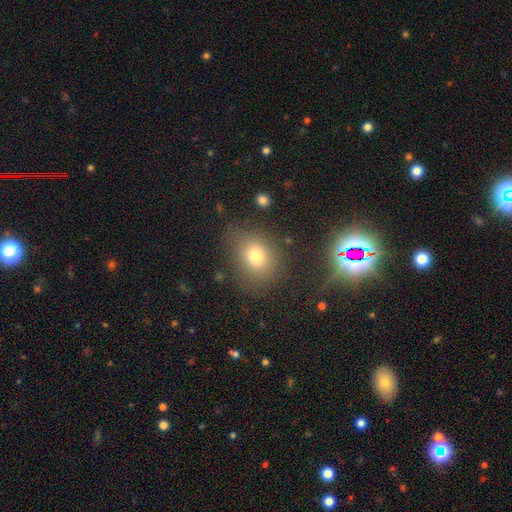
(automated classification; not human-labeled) The model was most divided on "how rounded": round: 54%, in between: 44%, cigar-shaped: 1%. More confident: merging — none (75%); smooth or featured — smooth (75%).